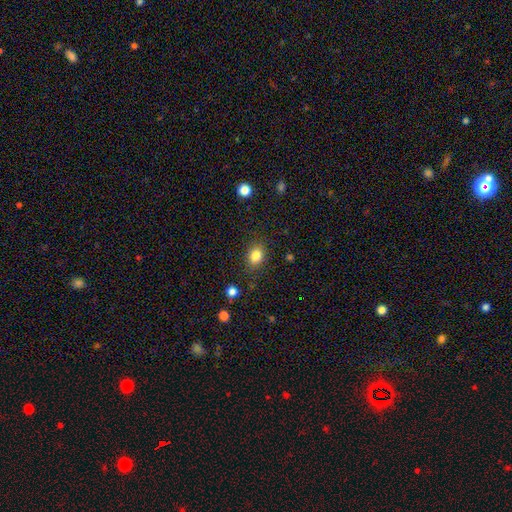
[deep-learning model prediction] A smooth galaxy with no disk features (84%) that is in between round and cigar-shaped (52%). Merging: none (83%).